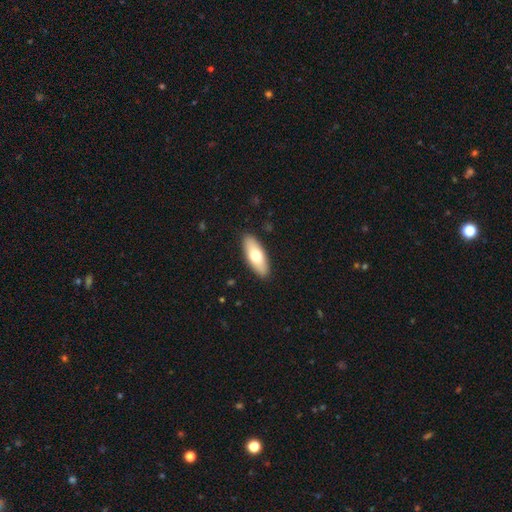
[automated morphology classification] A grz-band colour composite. It shows a smooth galaxy with no disk features (67%) that is in between round and cigar-shaped (75%). Merging: none (90%).